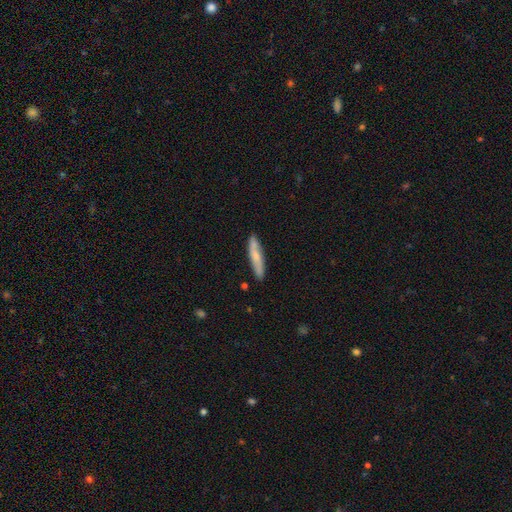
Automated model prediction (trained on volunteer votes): smooth-or-featured: smooth: 61% | featured or disk: 33% | star or artifact: 6%
  how-rounded: cigar-shaped: 86% | in between: 12% | round: 2%
  merging: none: 85% | minor disturbance: 12% | major disturbance: 2% | merger: 2%